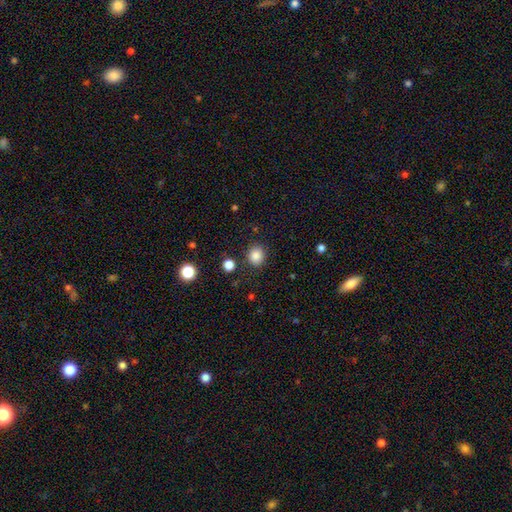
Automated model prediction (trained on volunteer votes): smooth_or_featured: smooth (p=0.85) [alt: star or artifact p=0.11]
how_rounded: round (p=0.79) [alt: in between p=0.20]
merging: none (p=0.86) [alt: minor disturbance p=0.08]